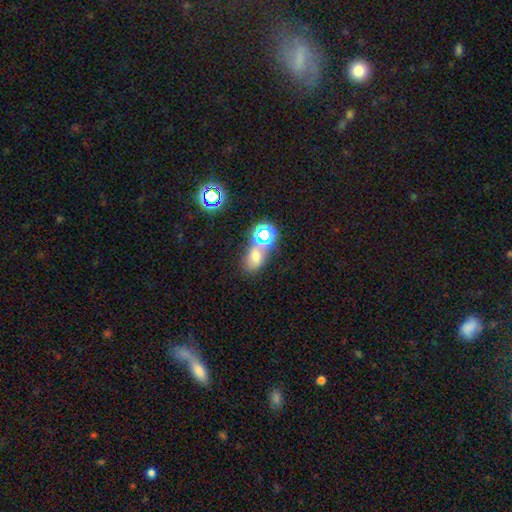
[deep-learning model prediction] The model was most divided on "merging": none: 50%, merger: 31%, minor disturbance: 13%, major disturbance: 6%. More confident: how rounded — in between (70%); smooth or featured — smooth (58%).